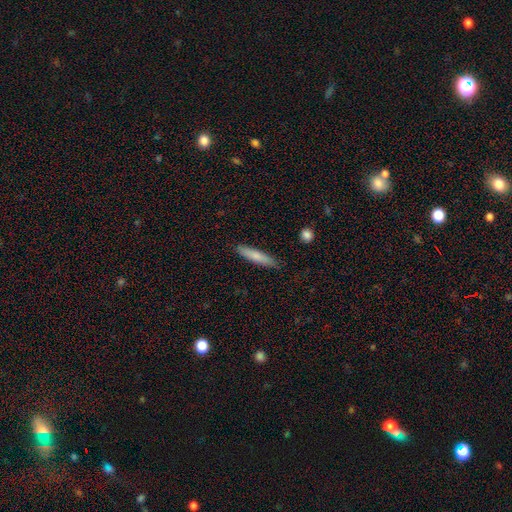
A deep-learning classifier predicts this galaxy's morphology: type=smooth (75%); roundness=cigar-shaped (87%); merging=none (87%).